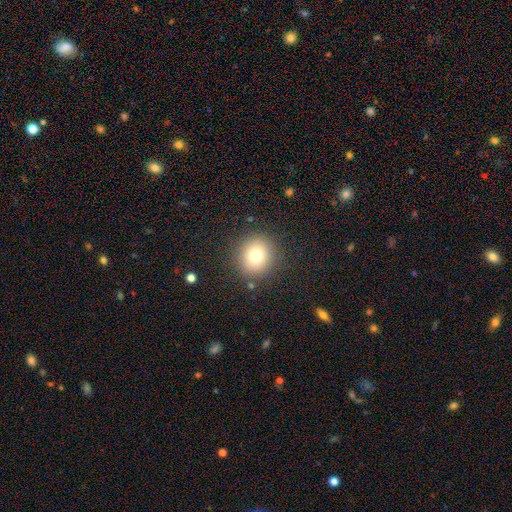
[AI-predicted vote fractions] Overall: smooth (74%). How rounded: round (88%). Merging: none (87%).